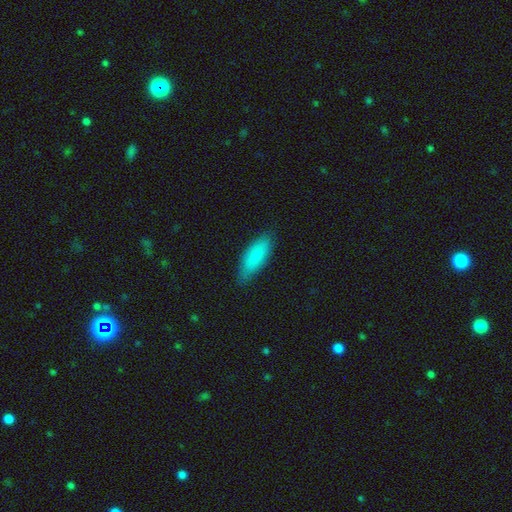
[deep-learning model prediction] Smooth or featured? Predicted: smooth (p=0.85). How rounded? Predicted: in between (p=0.65). Merging? Predicted: none (p=0.80).